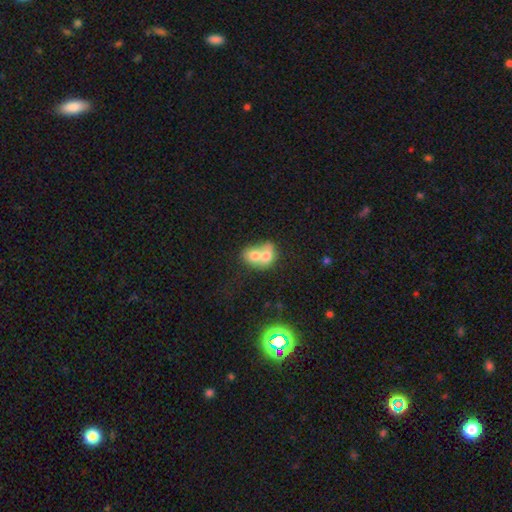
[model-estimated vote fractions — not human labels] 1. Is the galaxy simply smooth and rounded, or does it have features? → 67% smooth, 25% featured or disk, 9% star or artifact.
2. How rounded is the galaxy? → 51% in between, 48% round, 1% cigar-shaped.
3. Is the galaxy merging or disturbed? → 78% merger, 14% none, 5% minor disturbance, 3% major disturbance.